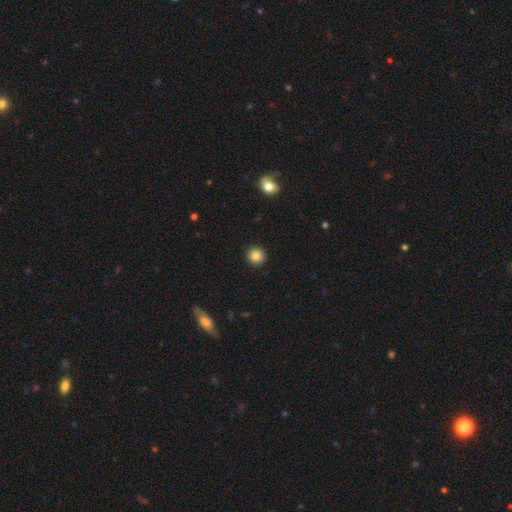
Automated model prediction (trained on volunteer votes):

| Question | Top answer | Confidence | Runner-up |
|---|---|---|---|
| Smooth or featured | smooth | 84% | star or artifact (10%) |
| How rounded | round | 95% | in between (4%) |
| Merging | none | 93% | minor disturbance (4%) |